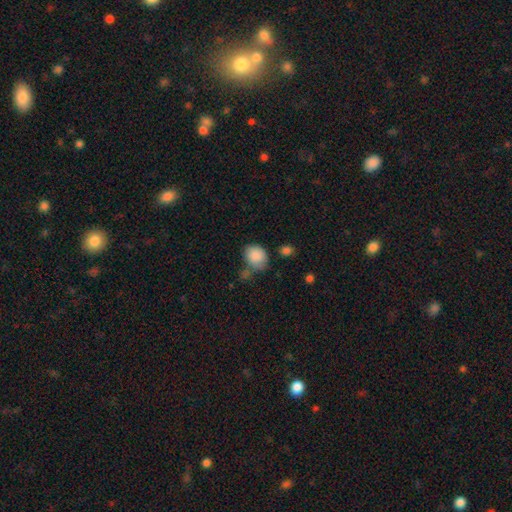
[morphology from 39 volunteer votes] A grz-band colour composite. It shows a smooth galaxy with no disk features (87%) that is in between round and cigar-shaped (65%). Merging: none (62%).